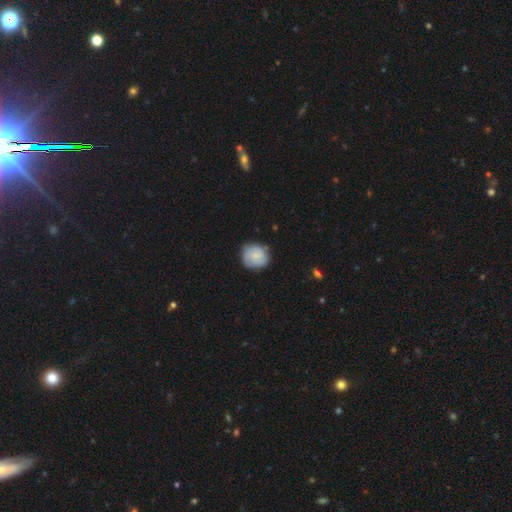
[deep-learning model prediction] A smooth galaxy with no disk features (59%) that is round (85%).

Vote fractions:
- Smooth or featured? smooth: 59% / featured or disk: 35% / star or artifact: 7%
- How rounded? round: 85% / in between: 14% / cigar-shaped: 1%
- Merging? none: 76% / minor disturbance: 19% / major disturbance: 4% / merger: 1%